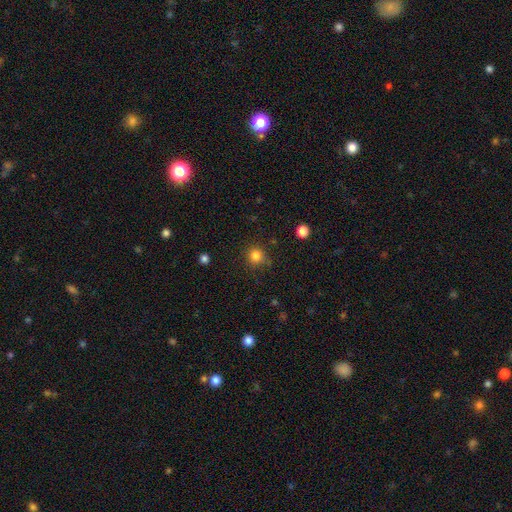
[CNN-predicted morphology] smooth-or-featured: smooth: 83% | star or artifact: 13% | featured or disk: 5%
  how-rounded: round: 93% | in between: 6% | cigar-shaped: 1%
  merging: none: 83% | minor disturbance: 11% | major disturbance: 3% | merger: 2%